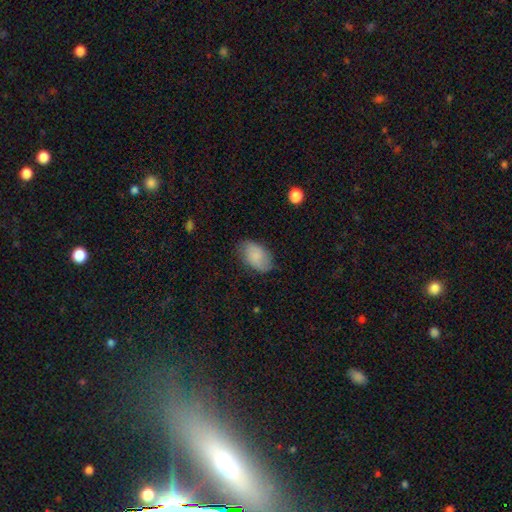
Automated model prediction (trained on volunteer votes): smooth-or-featured: smooth: 79% | featured or disk: 14% | star or artifact: 7%
  how-rounded: in between: 93% | round: 6% | cigar-shaped: 1%
  merging: none: 76% | minor disturbance: 18% | major disturbance: 4% | merger: 1%